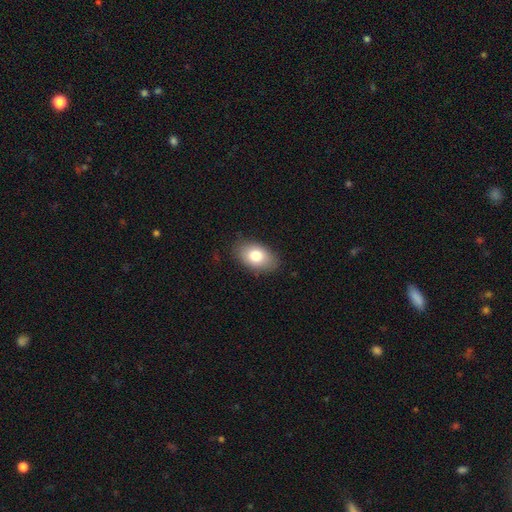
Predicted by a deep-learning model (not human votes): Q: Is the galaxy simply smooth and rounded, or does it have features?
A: smooth — 78%.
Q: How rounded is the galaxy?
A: in between — 89%.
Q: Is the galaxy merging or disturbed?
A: none — 84%.